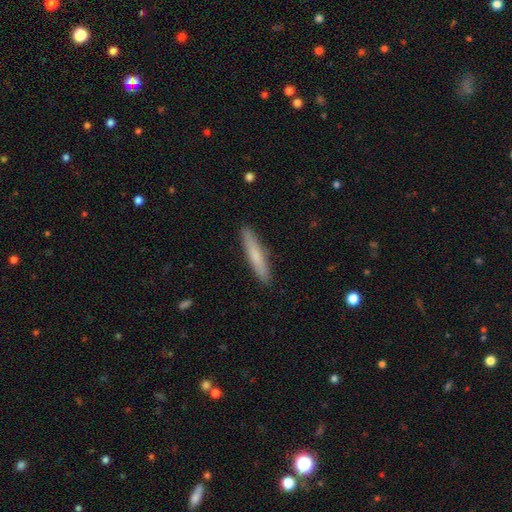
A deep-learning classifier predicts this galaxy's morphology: A smooth galaxy with no disk features (73%) that is cigar-shaped (92%). Merging: none (91%).